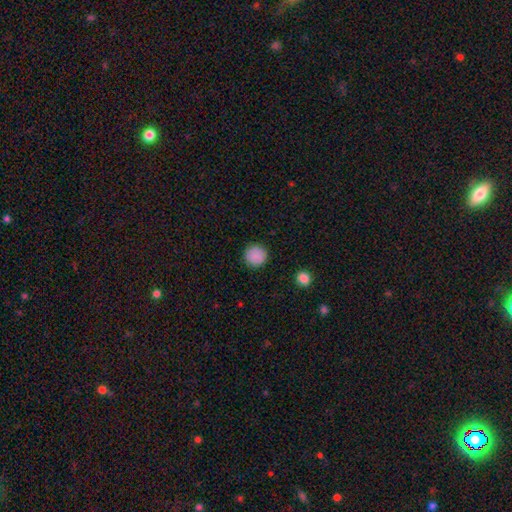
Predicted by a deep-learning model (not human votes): smooth-or-featured: smooth: 88% | star or artifact: 8% | featured or disk: 3%
  how-rounded: round: 95% | in between: 4% | cigar-shaped: 1%
  merging: none: 91% | minor disturbance: 6% | major disturbance: 2% | merger: 1%